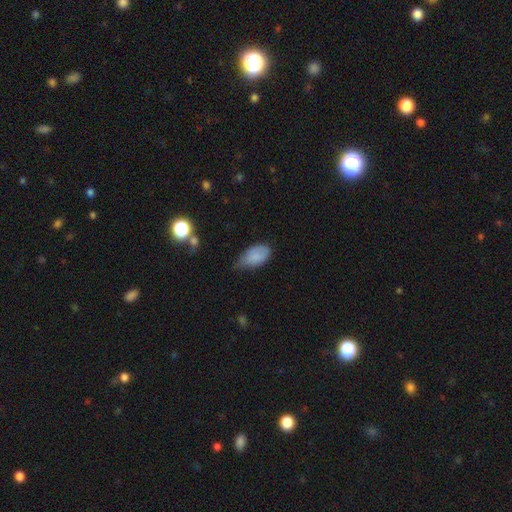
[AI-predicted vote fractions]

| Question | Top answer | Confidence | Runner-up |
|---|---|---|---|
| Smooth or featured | smooth | 83% | featured or disk (9%) |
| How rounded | in between | 93% | round (5%) |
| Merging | minor disturbance | 50% | none (36%) |